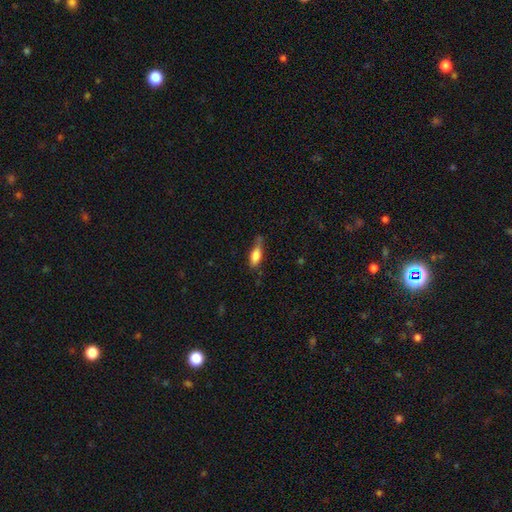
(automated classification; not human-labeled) This is likely a smooth galaxy (73%). How rounded: possibly in between (59%). Merging: possibly none (51%).